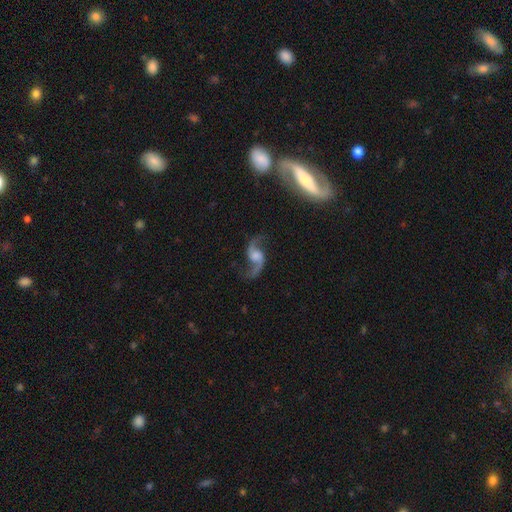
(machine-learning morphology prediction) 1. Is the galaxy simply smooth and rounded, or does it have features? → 89% featured or disk, 5% star or artifact, 5% smooth.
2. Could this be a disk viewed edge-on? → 97% no, 3% yes.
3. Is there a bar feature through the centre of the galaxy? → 53% no, 37% weak, 9% strong.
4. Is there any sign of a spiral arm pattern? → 97% yes, 3% no.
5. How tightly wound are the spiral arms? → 83% loose, 15% medium, 3% tight.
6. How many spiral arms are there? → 94% 2, 2% 1, 1% can't tell, 1% 3, 1% 4, 1% more than 4.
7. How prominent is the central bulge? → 30% moderate, 28% none, 22% small, 18% large, 3% dominant.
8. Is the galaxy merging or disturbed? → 78% none, 13% minor disturbance, 7% major disturbance, 2% merger.